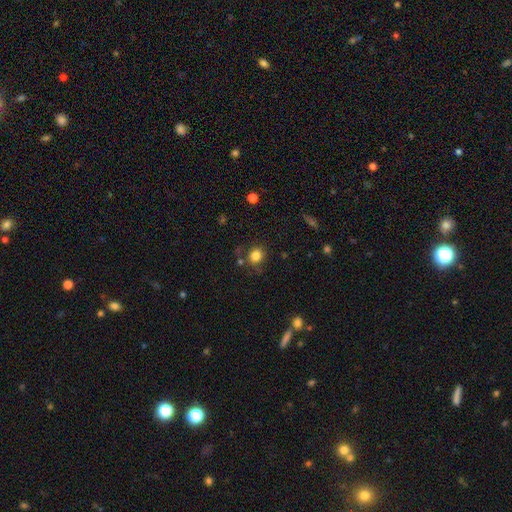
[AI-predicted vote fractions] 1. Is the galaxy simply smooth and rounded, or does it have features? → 82% smooth, 12% star or artifact, 6% featured or disk.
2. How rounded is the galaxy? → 79% round, 20% in between, 1% cigar-shaped.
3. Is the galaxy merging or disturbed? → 79% none, 12% minor disturbance, 5% merger, 4% major disturbance.